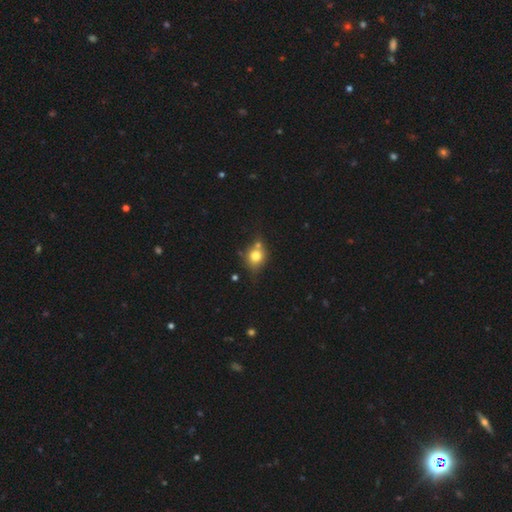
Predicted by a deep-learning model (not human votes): smooth 74%, featured or disk 15%, star or artifact 11%. Down the decision tree: how rounded — round (63%); merging — none (57%).